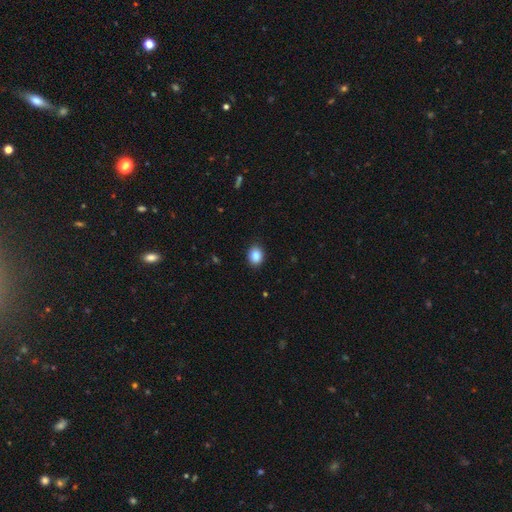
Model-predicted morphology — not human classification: Smooth or featured?
  - smooth: 87% *
  - star or artifact: 9%
  - featured or disk: 4%
How rounded?
  - round: 51% *
  - in between: 48%
  - cigar-shaped: 1%
Merging?
  - none: 89% *
  - minor disturbance: 8%
  - major disturbance: 2%
  - merger: 1%